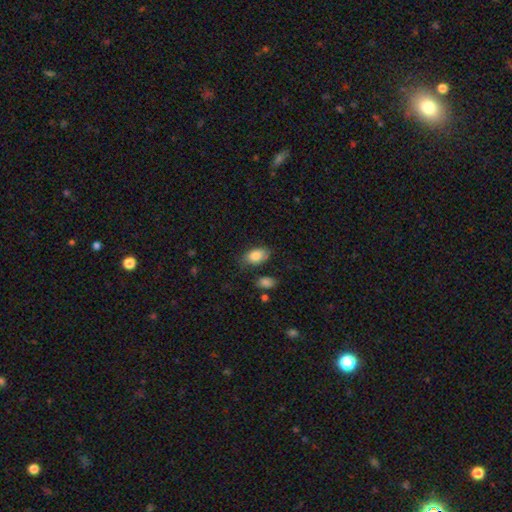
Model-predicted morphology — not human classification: Smooth or featured? smooth (84%)
How rounded? in between (92%)
Merging? none (72%)